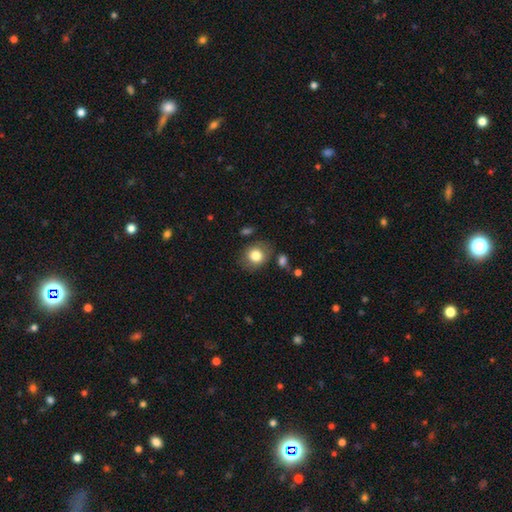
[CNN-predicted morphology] This is clearly a smooth galaxy (81%). How rounded: likely round (64%). Merging: likely none (76%).